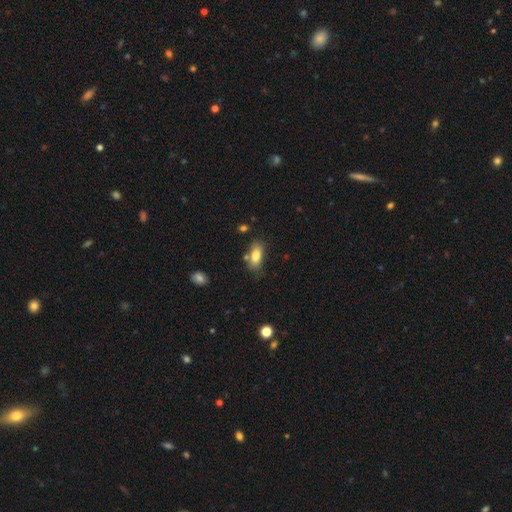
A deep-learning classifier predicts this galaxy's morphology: Smooth or featured: smooth — 81% (featured or disk — 11%)
How rounded: in between — 87% (cigar-shaped — 9%)
Merging: none — 70% (minor disturbance — 17%)